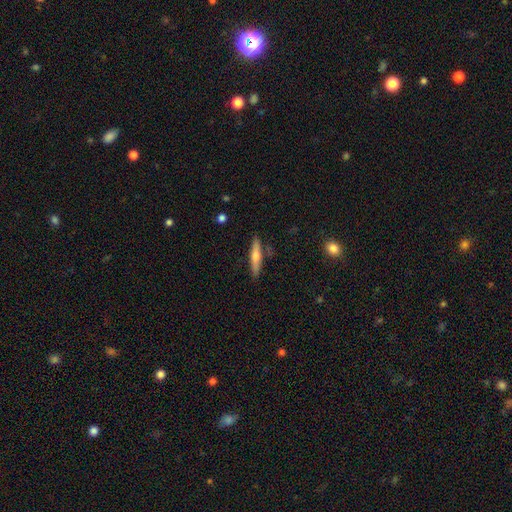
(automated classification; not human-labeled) Smooth or featured?
  - smooth: 48% *
  - featured or disk: 45%
  - star or artifact: 6%
Merging?
  - none: 86% *
  - minor disturbance: 9%
  - merger: 3%
  - major disturbance: 2%